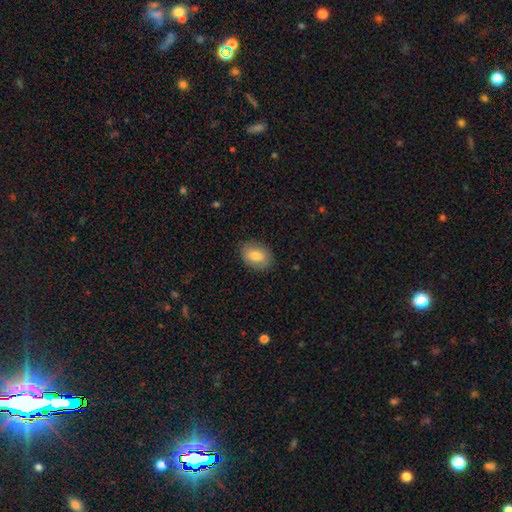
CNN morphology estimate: Smooth or featured? Predicted: smooth (p=0.78). How rounded? Predicted: in between (p=0.78). Merging? Predicted: none (p=0.86).